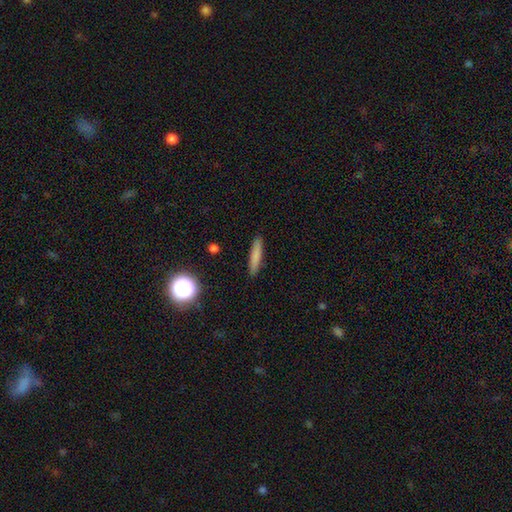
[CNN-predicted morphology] Smooth or featured? smooth (75%)
How rounded? cigar-shaped (89%)
Merging? none (89%)